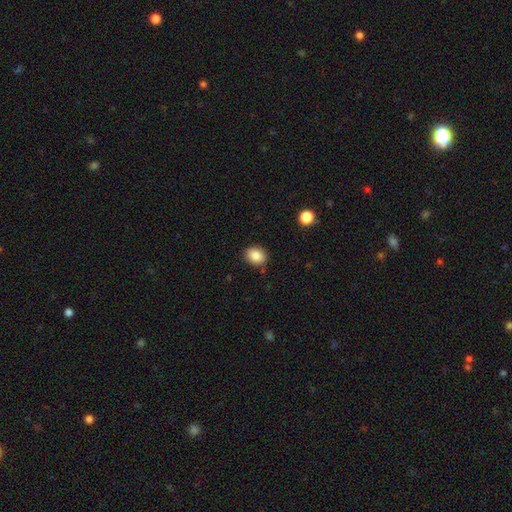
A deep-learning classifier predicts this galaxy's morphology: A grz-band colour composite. It shows a smooth galaxy with no disk features (86%) that is round (52%). Merging: none (85%).